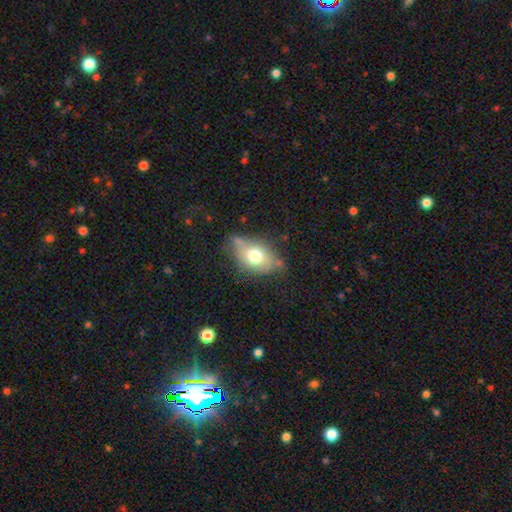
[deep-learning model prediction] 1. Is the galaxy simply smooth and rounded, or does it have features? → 56% smooth, 32% featured or disk, 11% star or artifact.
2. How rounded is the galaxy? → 78% in between, 18% round, 4% cigar-shaped.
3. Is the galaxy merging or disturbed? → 61% none, 27% minor disturbance, 8% major disturbance, 4% merger.